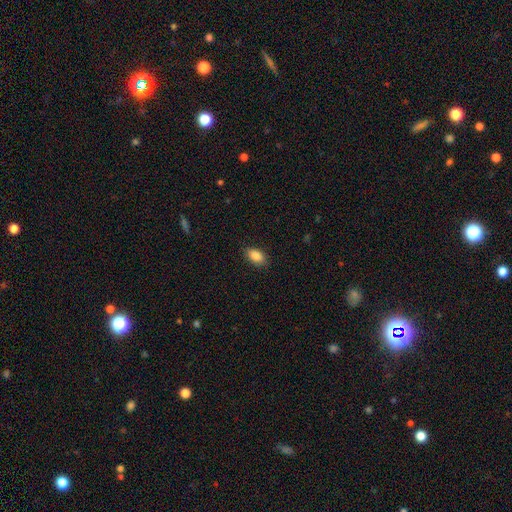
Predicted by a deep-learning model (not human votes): Morphology: type=smooth (88%); roundness=in between (90%); merging=none (86%).